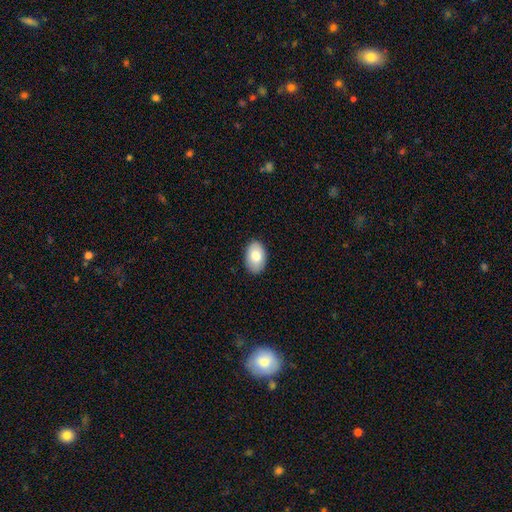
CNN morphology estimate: Smooth or featured? smooth (81%)
How rounded? in between (91%)
Merging? none (87%)